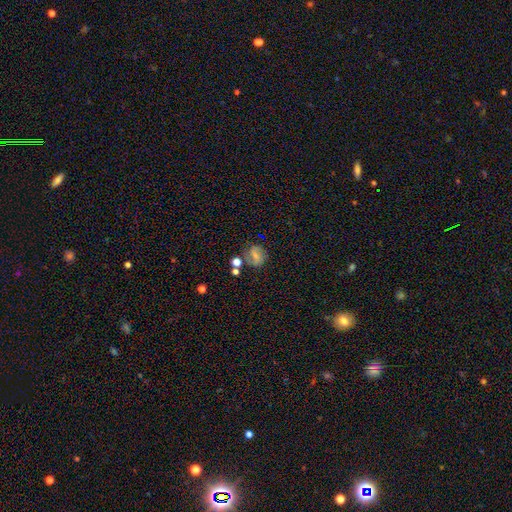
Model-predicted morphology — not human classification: type=featured or disk (57%); edge-on=no (97%); bar=weak (46%); spiral arms=yes (88%); bulge=small (52%); merging=none (69%).